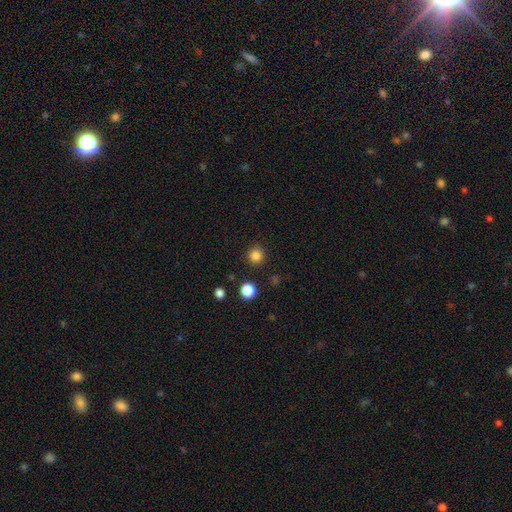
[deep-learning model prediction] This appears to be a smooth galaxy with no disk features (84%) that is round (95%). Merging: none (91%).